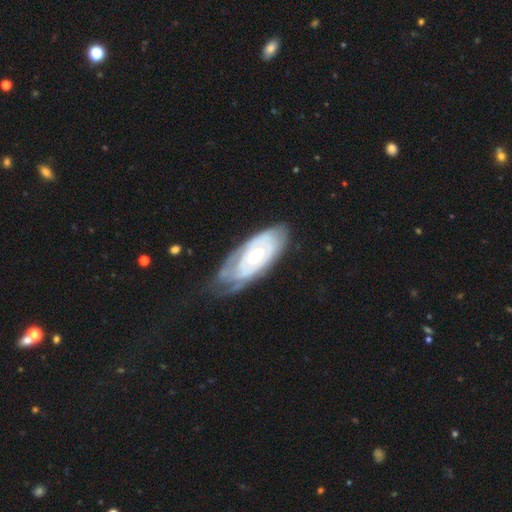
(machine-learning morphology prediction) smooth-or-featured: featured or disk: 82% | smooth: 14% | star or artifact: 4%
  disk-edge-on: no: 90% | yes: 10%
    bar: no: 69% | weak: 22% | strong: 9%
    has-spiral-arms: yes: 76% | no: 24%
      spiral-winding: tight: 74% | medium: 19% | loose: 6%
      spiral-arm-count: can't tell: 52% | 2: 26% | 3: 8% | 1: 7% | 4: 4% | more than 4: 3%
    bulge-size: moderate: 72% | large: 17% | small: 9% | dominant: 1% | none: 1%
  merging: none: 61% | minor disturbance: 27% | major disturbance: 11% | merger: 2%